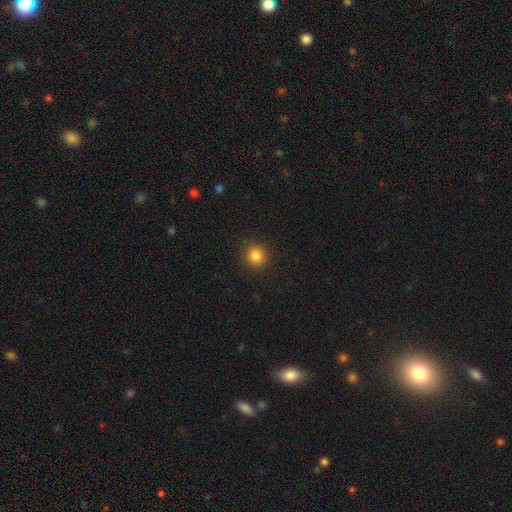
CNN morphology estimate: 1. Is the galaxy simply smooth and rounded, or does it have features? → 84% smooth, 12% star or artifact, 4% featured or disk.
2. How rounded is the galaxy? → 89% round, 10% in between, 1% cigar-shaped.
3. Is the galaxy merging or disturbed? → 91% none, 6% minor disturbance, 2% major disturbance, 1% merger.